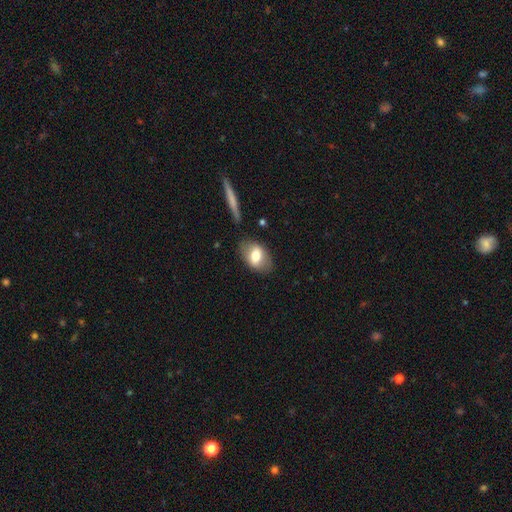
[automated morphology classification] This is likely a smooth galaxy (63%). How rounded: clearly in between (84%). Merging: likely none (79%).